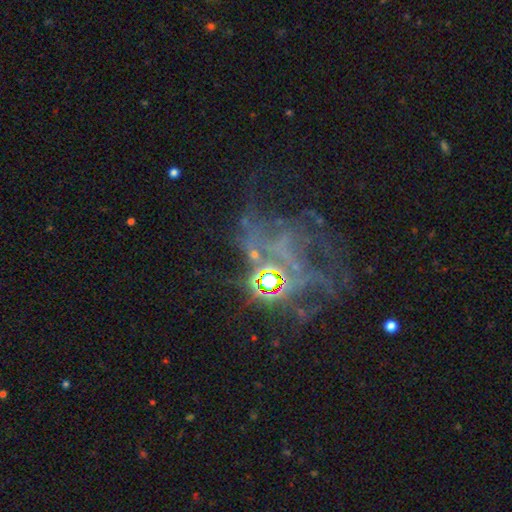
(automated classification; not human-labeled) The model was most divided on "smooth or featured": star or artifact: 55%, featured or disk: 33%, smooth: 12%.